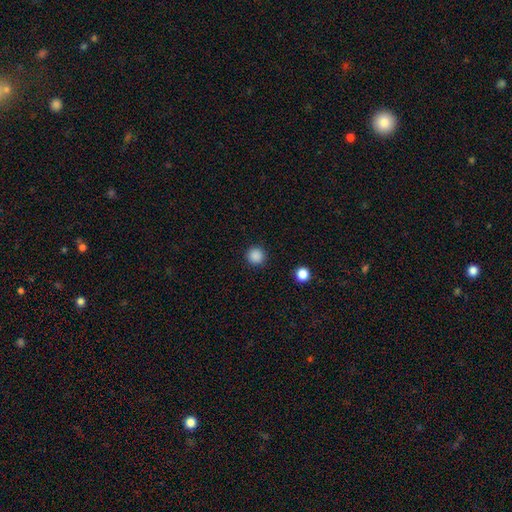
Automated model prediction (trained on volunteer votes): Q: Smooth or featured?
A: smooth (87%); runner-up: star or artifact (11%)
Q: How rounded?
A: round (96%); runner-up: in between (3%)
Q: Merging?
A: none (92%); runner-up: minor disturbance (5%)